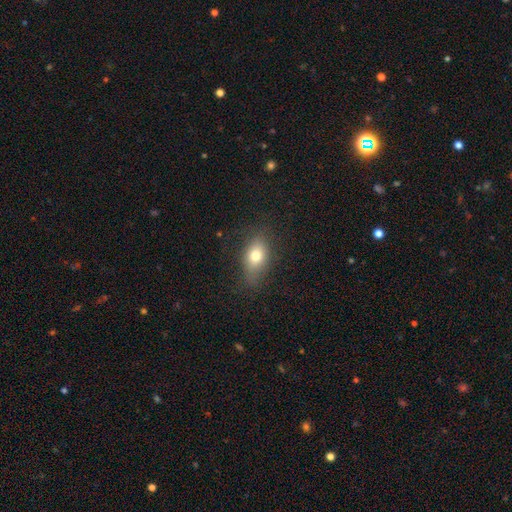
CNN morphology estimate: Smooth or featured? smooth (75%)
How rounded? in between (80%)
Merging? none (73%)